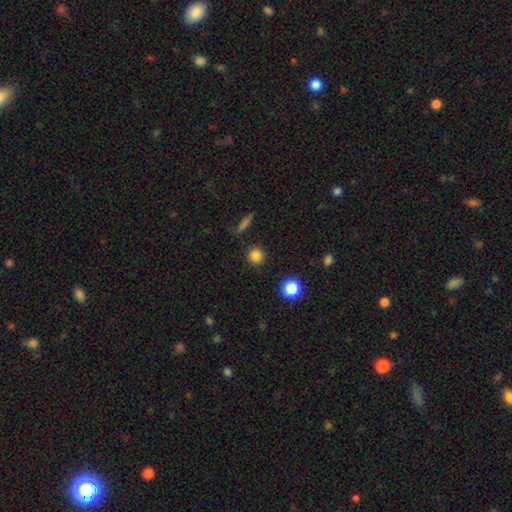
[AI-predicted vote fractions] smooth_or_featured: smooth (p=0.82) [alt: star or artifact p=0.13]
how_rounded: round (p=0.93) [alt: in between p=0.06]
merging: none (p=0.90) [alt: minor disturbance p=0.06]